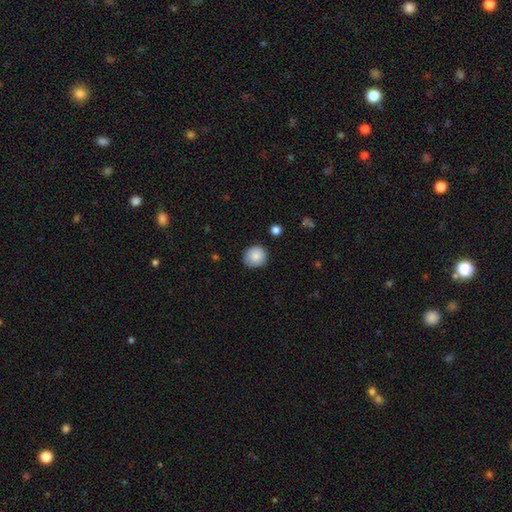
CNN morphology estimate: Smooth or featured? smooth (86%)
How rounded? round (87%)
Merging? none (86%)